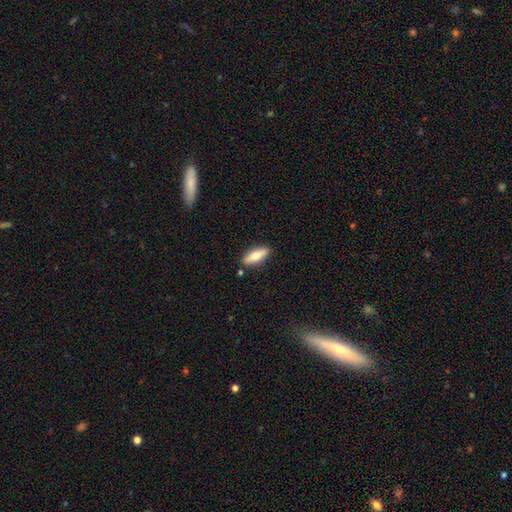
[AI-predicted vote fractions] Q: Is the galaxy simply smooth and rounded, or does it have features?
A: smooth — 71%.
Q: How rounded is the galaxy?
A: in between — 60%.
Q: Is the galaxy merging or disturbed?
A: none — 86%.